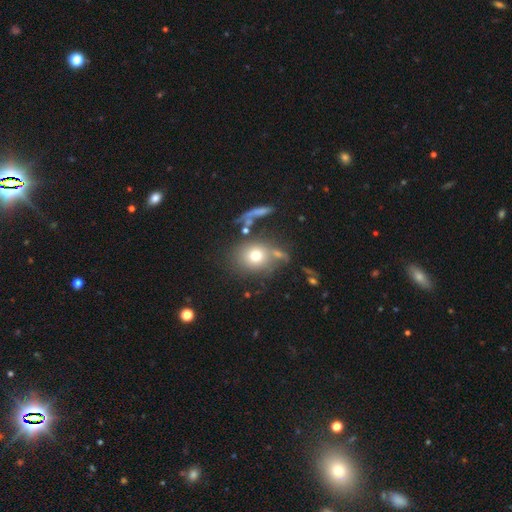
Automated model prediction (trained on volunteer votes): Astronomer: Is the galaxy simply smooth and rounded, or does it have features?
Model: smooth — 73%.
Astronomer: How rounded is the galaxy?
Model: round — 76%.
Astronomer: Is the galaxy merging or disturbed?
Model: none — 64%.